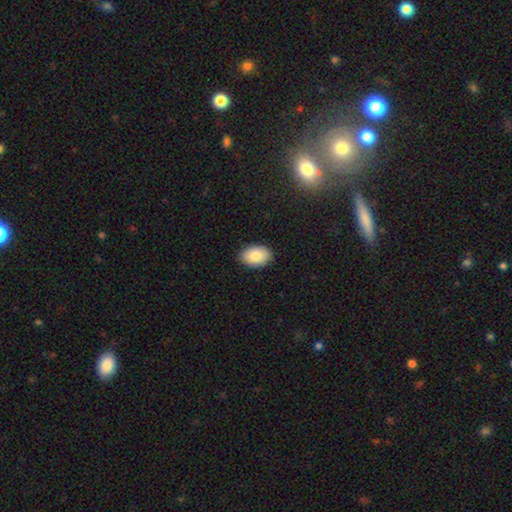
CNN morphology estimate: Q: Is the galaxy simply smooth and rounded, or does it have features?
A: smooth — 87%.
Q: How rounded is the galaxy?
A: in between — 90%.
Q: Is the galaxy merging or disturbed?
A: none — 88%.